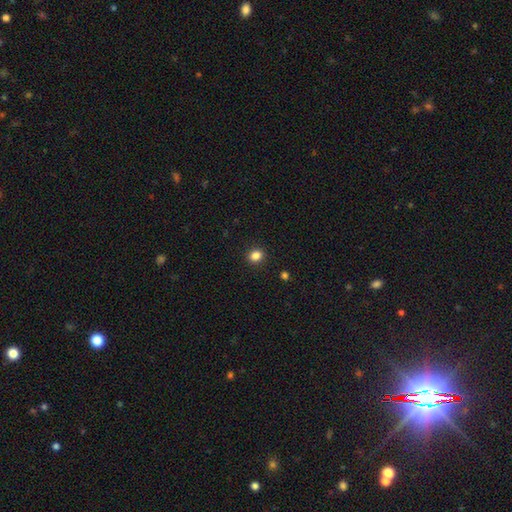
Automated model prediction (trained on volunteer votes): Overall: smooth (85%). How rounded: round (55%; in between 44%). Merging: none (90%).